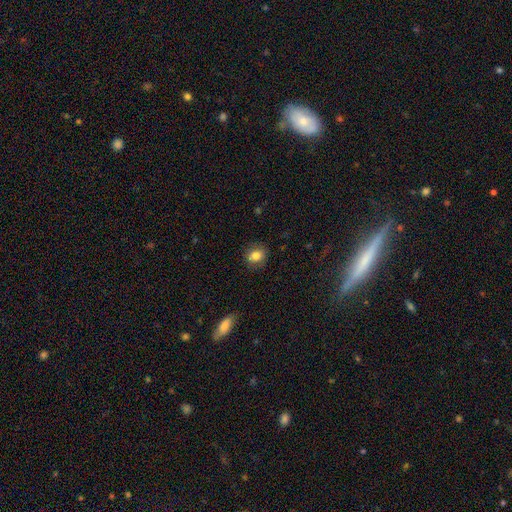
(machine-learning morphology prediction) The model was most divided on "how rounded": round: 51%, in between: 48%, cigar-shaped: 1%. More confident: merging — none (83%); smooth or featured — smooth (81%).